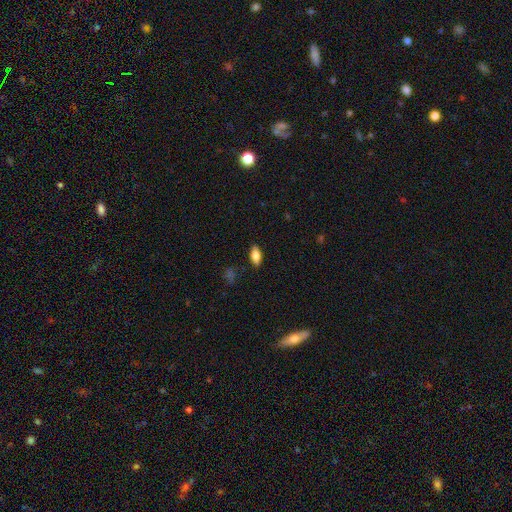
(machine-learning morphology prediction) This appears to be a smooth galaxy with no disk features (79%) that is in between round and cigar-shaped (85%). Merging: none (87%).